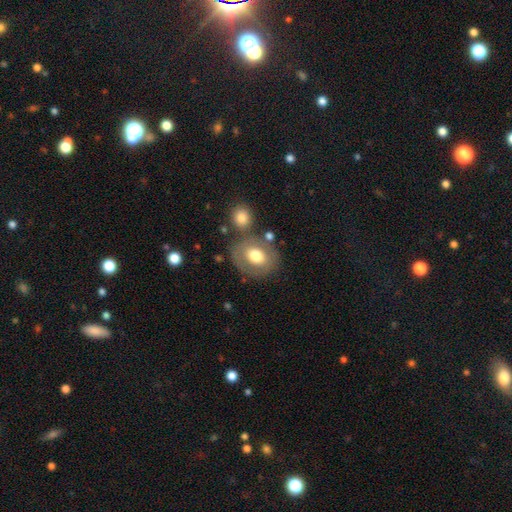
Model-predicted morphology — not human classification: This appears to be a smooth galaxy with no disk features (63%) that is round (58%). Merging: none (68%).